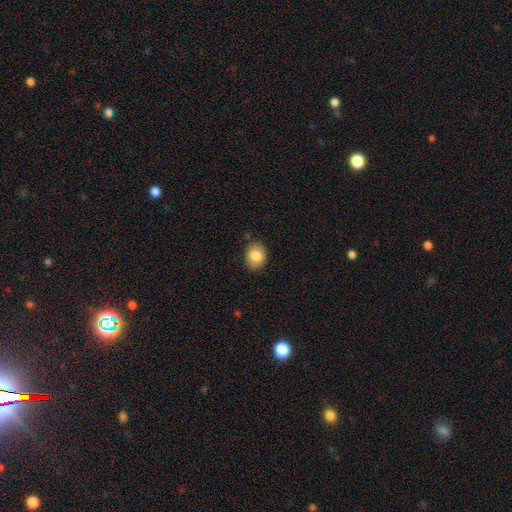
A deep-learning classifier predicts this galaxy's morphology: Q: Smooth or featured?
A: smooth (85%); runner-up: star or artifact (8%)
Q: How rounded?
A: in between (51%); runner-up: round (48%)
Q: Merging?
A: none (84%); runner-up: minor disturbance (12%)